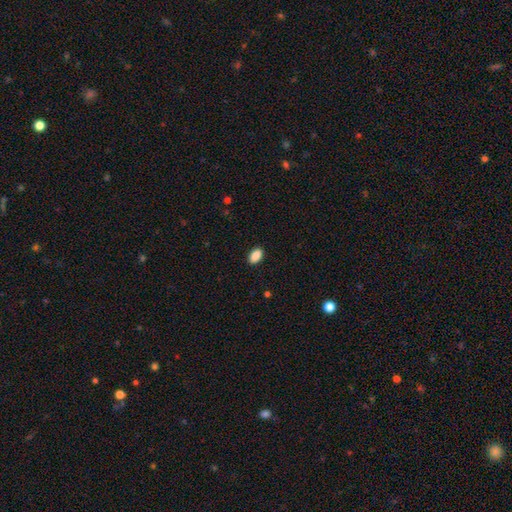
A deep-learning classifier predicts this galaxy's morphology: This is clearly a smooth galaxy (89%). How rounded: clearly in between (91%). Merging: clearly none (90%).